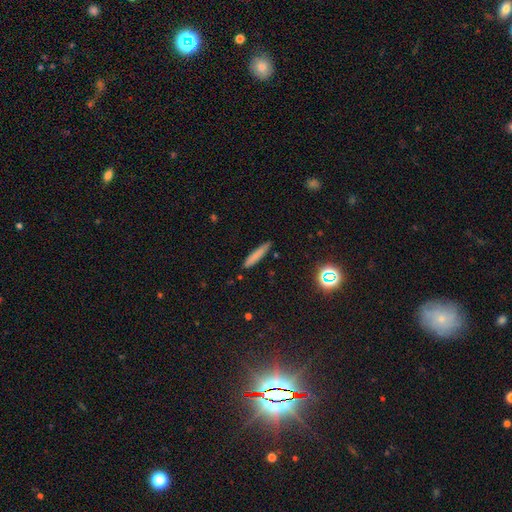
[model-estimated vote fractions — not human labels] smooth_or_featured: smooth (p=0.76) [alt: featured or disk p=0.14]
how_rounded: cigar-shaped (p=0.91) [alt: in between p=0.07]
merging: none (p=0.87) [alt: minor disturbance p=0.10]